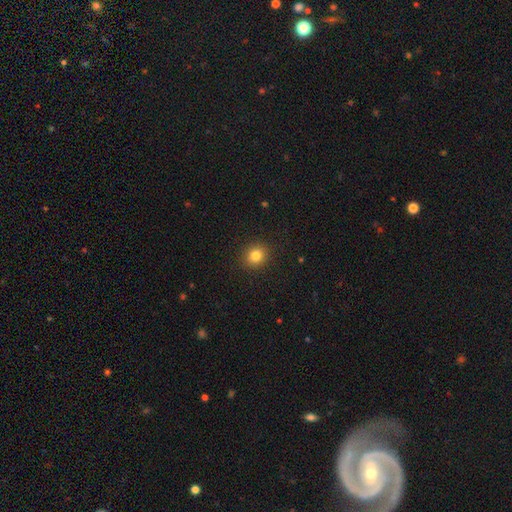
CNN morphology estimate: Smooth or featured? Predicted: smooth (p=0.82). How rounded? Predicted: round (p=0.81). Merging? Predicted: none (p=0.91).